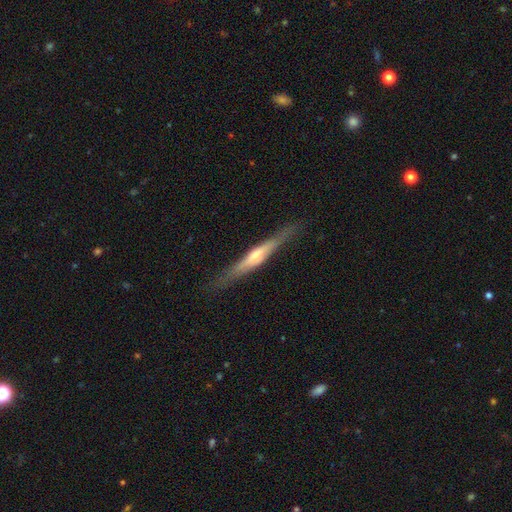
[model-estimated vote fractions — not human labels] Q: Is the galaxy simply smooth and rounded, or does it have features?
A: featured or disk — 62%.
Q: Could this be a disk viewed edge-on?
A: yes — 94%.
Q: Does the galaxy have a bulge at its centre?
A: rounded — 68%.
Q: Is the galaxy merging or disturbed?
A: none — 82%.